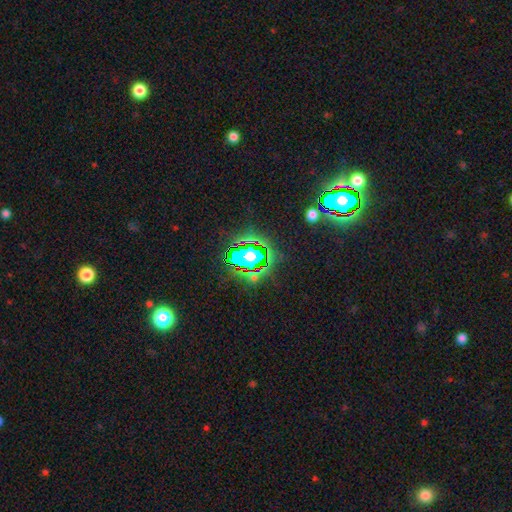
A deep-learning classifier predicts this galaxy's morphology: Smooth or featured?
  - star or artifact: 80% *
  - smooth: 12%
  - featured or disk: 8%